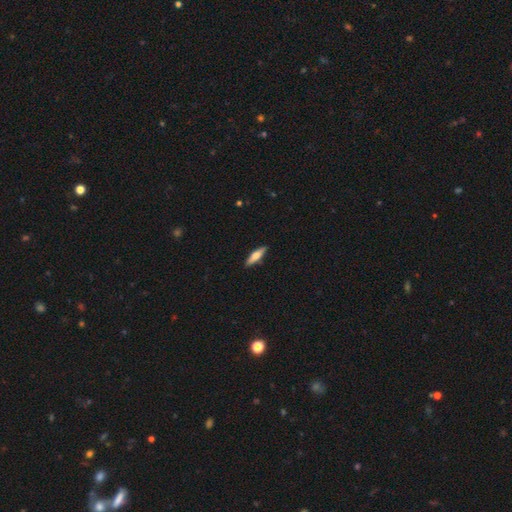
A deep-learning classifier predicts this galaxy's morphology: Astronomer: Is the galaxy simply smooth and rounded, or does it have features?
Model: smooth — 56% (runner-up: featured or disk, 38%).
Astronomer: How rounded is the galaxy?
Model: cigar-shaped — 69%.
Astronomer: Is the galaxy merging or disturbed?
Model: none — 89%.